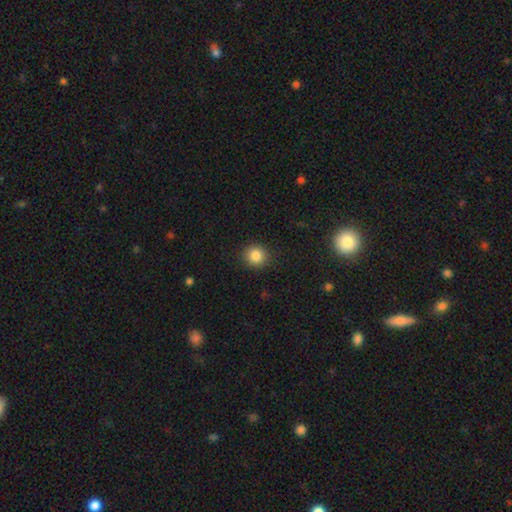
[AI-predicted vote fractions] The model was most divided on "smooth or featured": smooth: 85%, star or artifact: 11%, featured or disk: 4%. More confident: merging — none (90%); how rounded — round (90%).